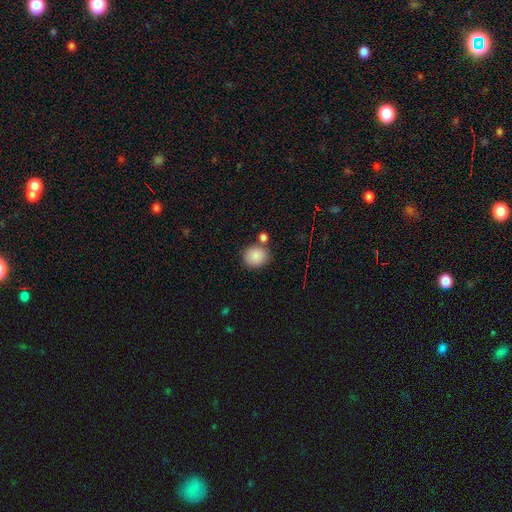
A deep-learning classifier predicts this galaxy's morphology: type=smooth (87%); roundness=round (79%); merging=none (74%).